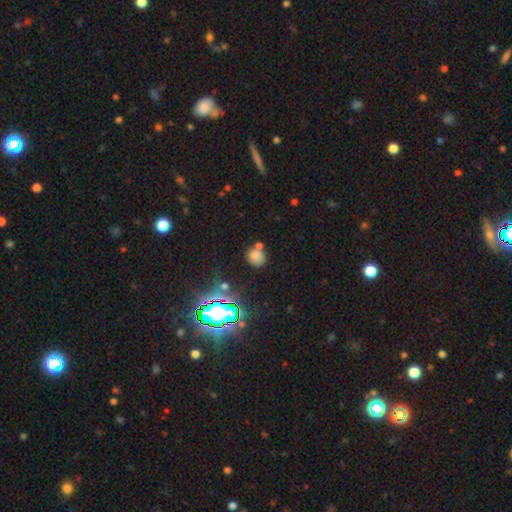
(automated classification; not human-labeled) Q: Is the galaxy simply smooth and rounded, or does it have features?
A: smooth — 69%.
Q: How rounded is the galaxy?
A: round — 82%.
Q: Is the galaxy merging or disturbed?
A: none — 58%.